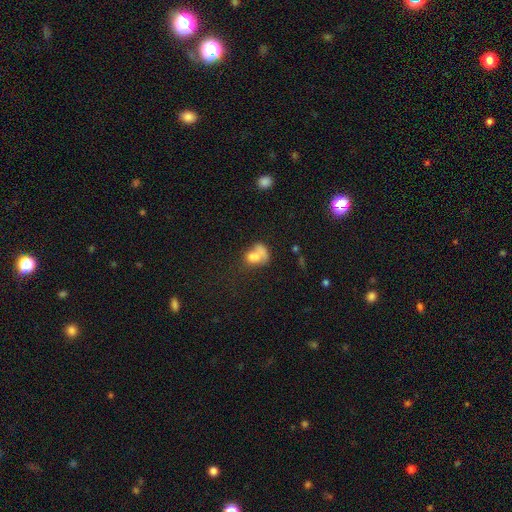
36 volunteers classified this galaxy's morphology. Smooth or featured? 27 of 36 (75%) said smooth. How rounded? 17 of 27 (63%) said in between. Merging? 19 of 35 (54%) said merger.